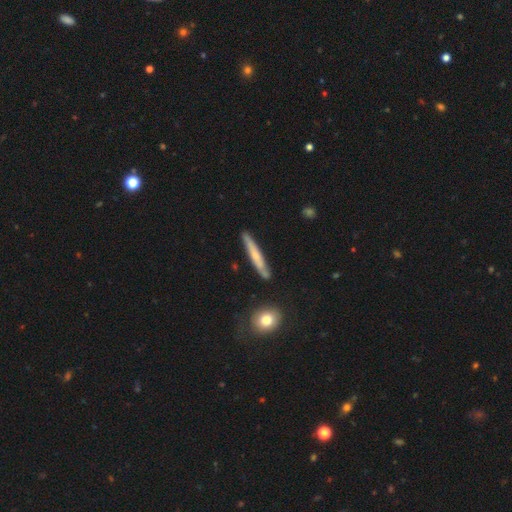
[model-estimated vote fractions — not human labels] Smooth or featured?
  - smooth: 49% *
  - featured or disk: 45%
  - star or artifact: 6%
Merging?
  - none: 83% *
  - minor disturbance: 12%
  - merger: 3%
  - major disturbance: 2%